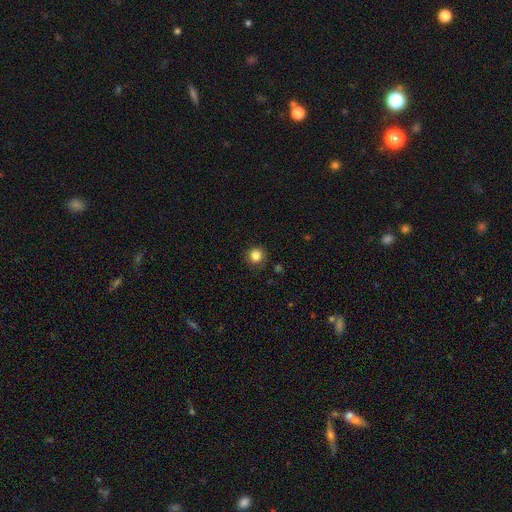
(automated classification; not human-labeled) The model was most divided on "smooth or featured": smooth: 84%, star or artifact: 11%, featured or disk: 5%. More confident: how rounded — round (93%); merging — none (87%).